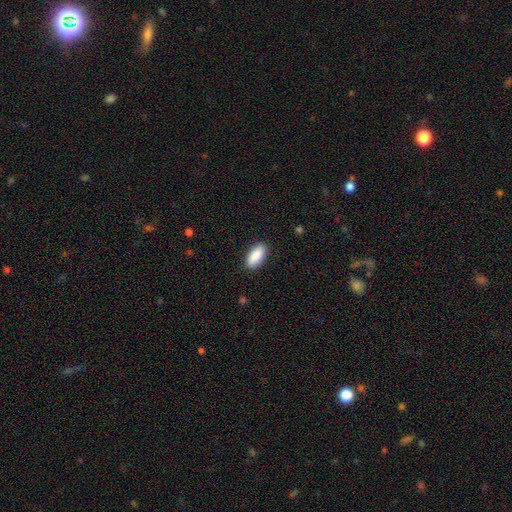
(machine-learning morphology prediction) This appears to be a smooth galaxy with no disk features (90%) that is in between round and cigar-shaped (88%). Merging: none (88%).